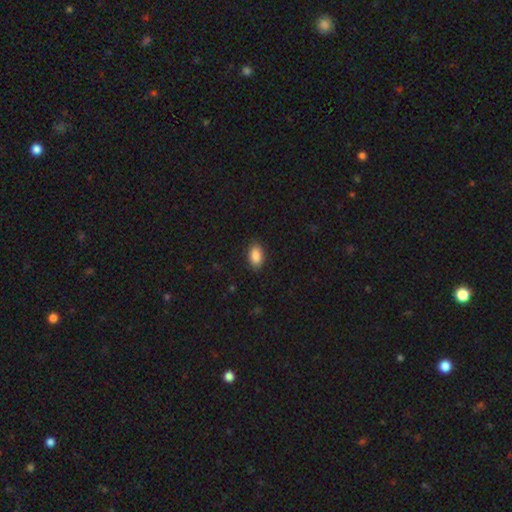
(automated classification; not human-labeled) smooth-or-featured: smooth: 88% | star or artifact: 8% | featured or disk: 4%
  how-rounded: in between: 92% | round: 6% | cigar-shaped: 2%
  merging: none: 87% | minor disturbance: 9% | major disturbance: 2% | merger: 1%